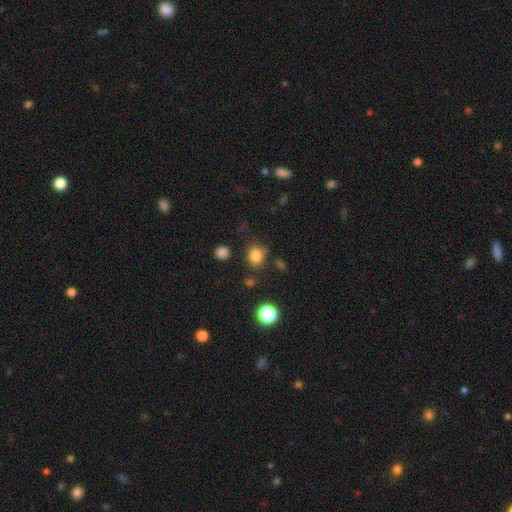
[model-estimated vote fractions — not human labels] smooth-or-featured: smooth: 82% | star or artifact: 13% | featured or disk: 5%
  how-rounded: round: 72% | in between: 27% | cigar-shaped: 1%
  merging: none: 72% | minor disturbance: 17% | major disturbance: 5% | merger: 5%